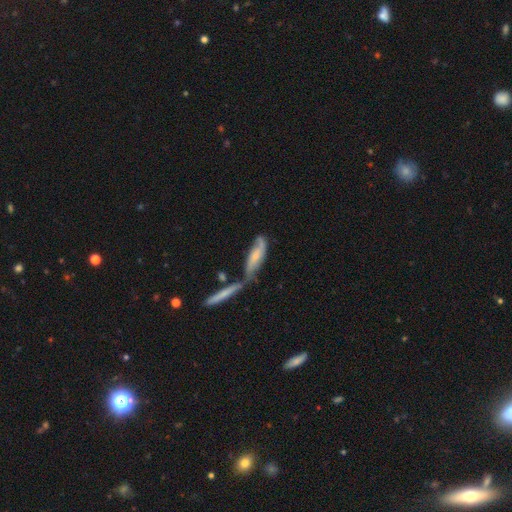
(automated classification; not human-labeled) Smooth or featured? Predicted: featured or disk (p=0.51). Edge-on disk? Predicted: no (p=0.67). Merging? Predicted: none (p=0.37).